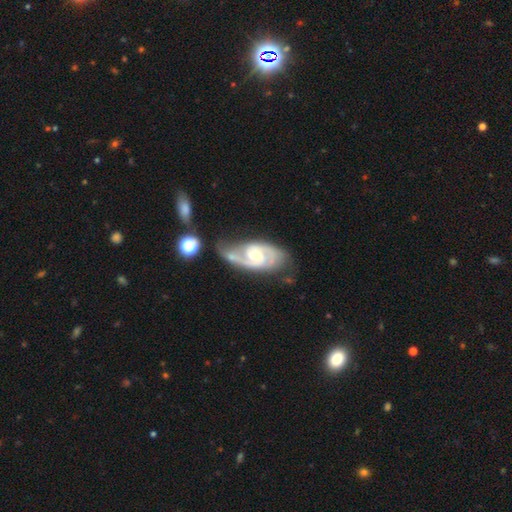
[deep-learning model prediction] A featured or disk galaxy (90%) with a weak bar (48%), 2 (83%) medium (47%) spiral arms (98%) and a moderate central bulge (55%). Merging: none (50%).